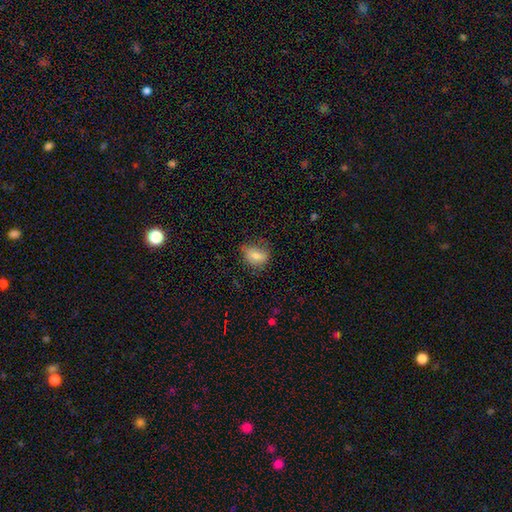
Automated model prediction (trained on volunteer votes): Q: Smooth or featured?
A: smooth (73%); runner-up: featured or disk (17%)
Q: How rounded?
A: in between (62%); runner-up: round (35%)
Q: Merging?
A: none (63%); runner-up: minor disturbance (27%)